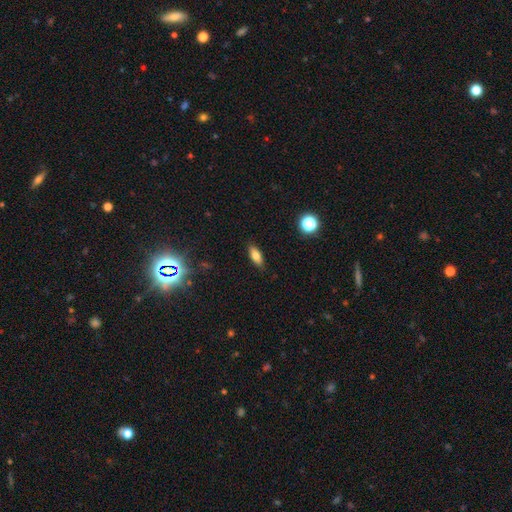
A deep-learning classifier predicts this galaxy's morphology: The model was most divided on "how rounded": in between: 75%, cigar-shaped: 21%, round: 4%. More confident: merging — none (88%); smooth or featured — smooth (74%).